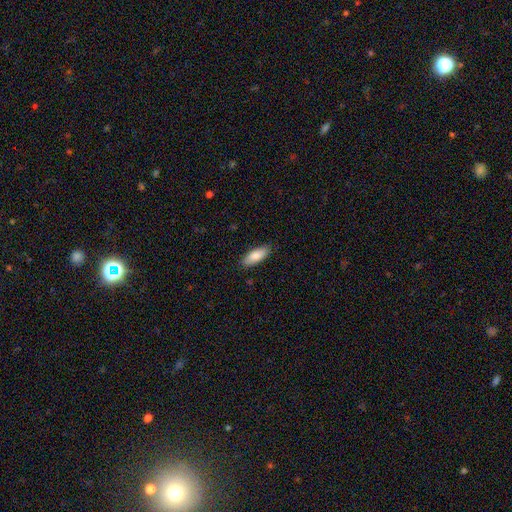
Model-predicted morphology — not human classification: The model was most divided on "how rounded": in between: 71%, cigar-shaped: 27%, round: 2%. More confident: merging — none (88%); smooth or featured — smooth (84%).